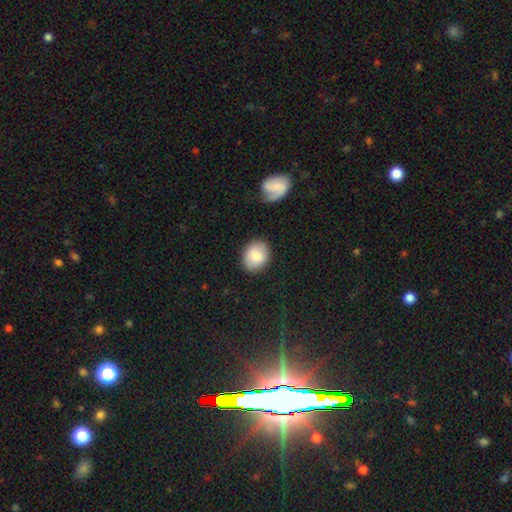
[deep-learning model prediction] Smooth or featured: smooth — 82% (featured or disk — 11%)
How rounded: round — 59% (in between — 40%)
Merging: none — 85% (minor disturbance — 11%)